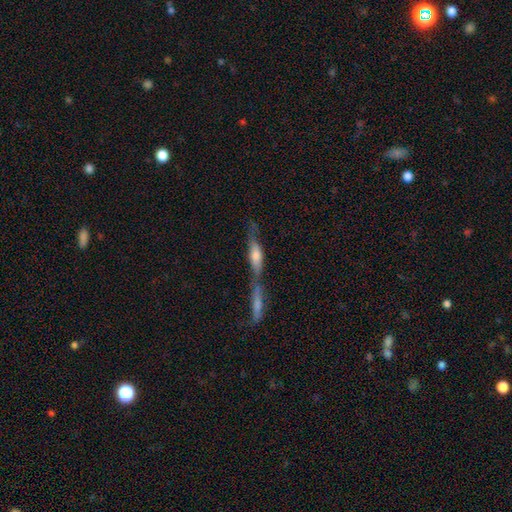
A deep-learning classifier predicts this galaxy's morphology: This appears to be a featured or disk galaxy (60%) viewed edge-on (81%). Merging: merger (51%).